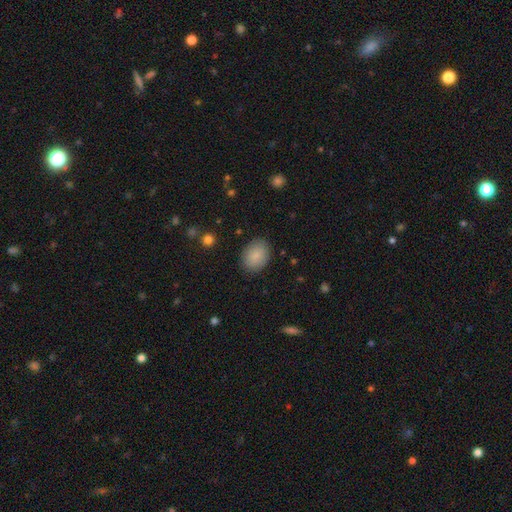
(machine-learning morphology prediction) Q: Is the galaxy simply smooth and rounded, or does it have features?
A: smooth — 85%.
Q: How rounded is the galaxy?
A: in between — 72%.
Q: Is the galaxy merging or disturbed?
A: none — 86%.